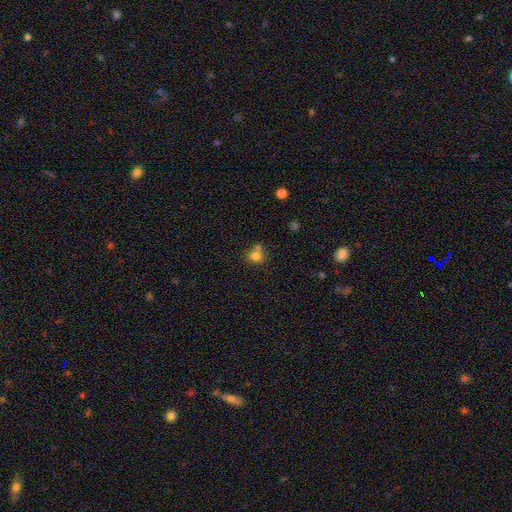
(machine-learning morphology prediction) The model was most divided on "merging": none: 52%, merger: 32%, minor disturbance: 12%, major disturbance: 4%. More confident: how rounded — round (80%); smooth or featured — smooth (79%).